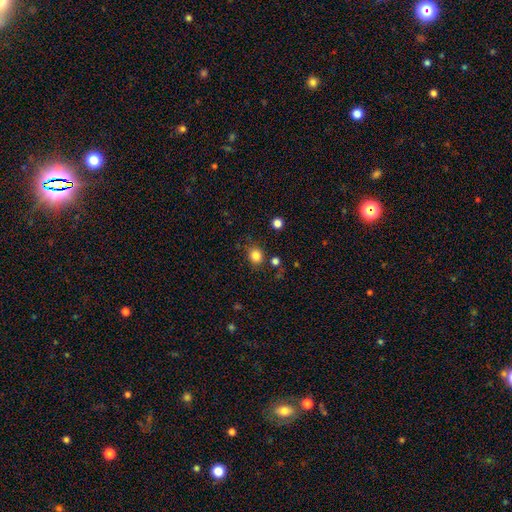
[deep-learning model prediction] This appears to be a smooth galaxy with no disk features (83%) that is round (76%). Merging: none (82%).